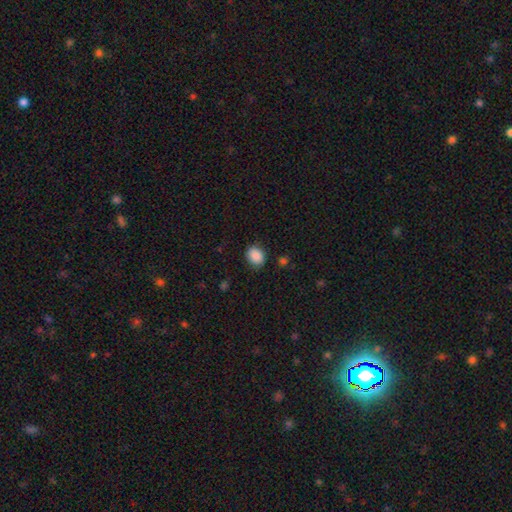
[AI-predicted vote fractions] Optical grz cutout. It shows a smooth galaxy with no disk features (89%) that is in between round and cigar-shaped (52%). Merging: none (84%).